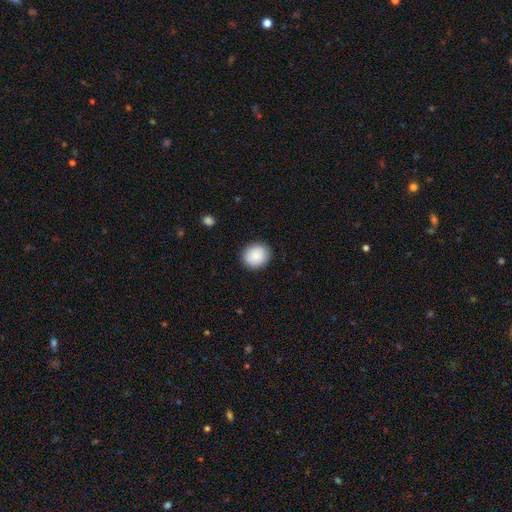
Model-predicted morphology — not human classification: A smooth galaxy with no disk features (88%) that is round (74%). Merging: none (89%).